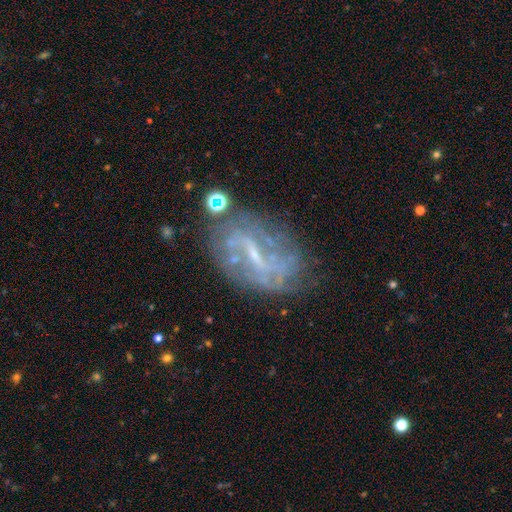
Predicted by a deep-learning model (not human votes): featured or disk 72%, smooth 16%, star or artifact 12%. Down the decision tree: edge-on disk — no (94%); bar — weak (45%); spiral arms — yes (62%); bulge size — small (55%); merging — none (58%).